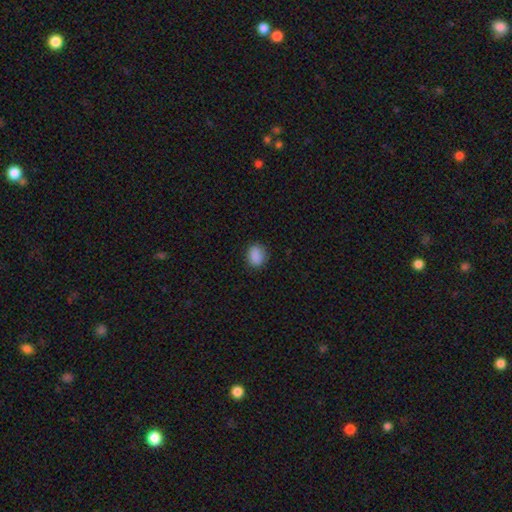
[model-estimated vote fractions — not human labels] Smooth or featured: smooth — 88% (star or artifact — 9%)
How rounded: round — 54% (in between — 45%)
Merging: none — 84% (minor disturbance — 12%)